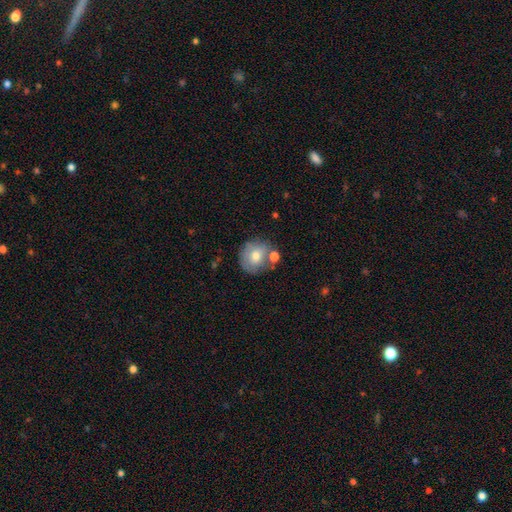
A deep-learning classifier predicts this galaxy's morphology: Smooth or featured? smooth (68%)
How rounded? round (81%)
Merging? none (57%)